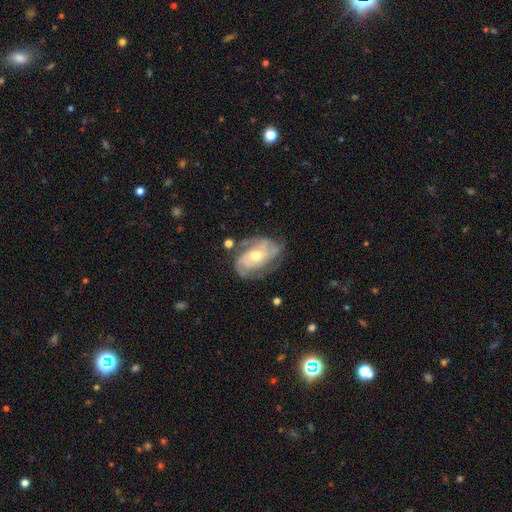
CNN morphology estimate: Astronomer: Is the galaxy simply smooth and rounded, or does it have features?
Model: featured or disk — 83%.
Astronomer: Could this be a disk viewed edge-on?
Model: no — 96%.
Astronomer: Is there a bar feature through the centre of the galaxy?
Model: no — 67%.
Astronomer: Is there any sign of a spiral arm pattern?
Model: yes — 92%.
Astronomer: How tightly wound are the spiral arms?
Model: tight — 51% (runner-up: medium, 38%).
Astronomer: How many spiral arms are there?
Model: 2 — 35% (runner-up: 3, 25%).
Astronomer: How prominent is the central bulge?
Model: moderate — 65%.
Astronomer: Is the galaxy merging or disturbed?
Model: none — 64%.